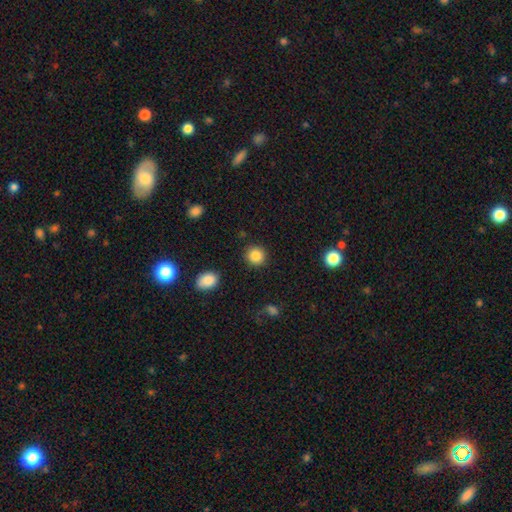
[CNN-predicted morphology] This is clearly a smooth galaxy (86%). How rounded: clearly round (91%). Merging: clearly none (90%).